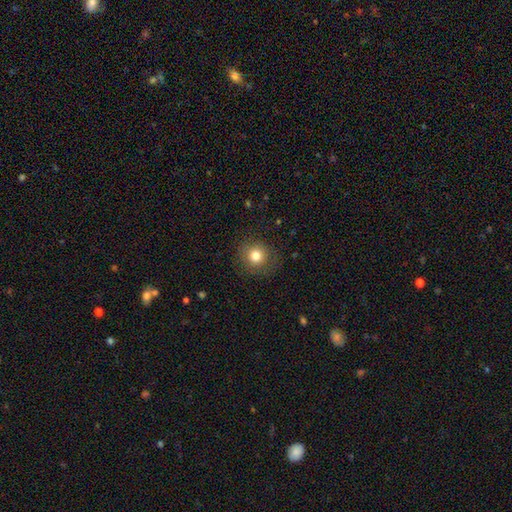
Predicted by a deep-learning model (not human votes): Q: Smooth or featured?
A: smooth (80%); runner-up: star or artifact (11%)
Q: How rounded?
A: round (88%); runner-up: in between (11%)
Q: Merging?
A: none (85%); runner-up: minor disturbance (10%)